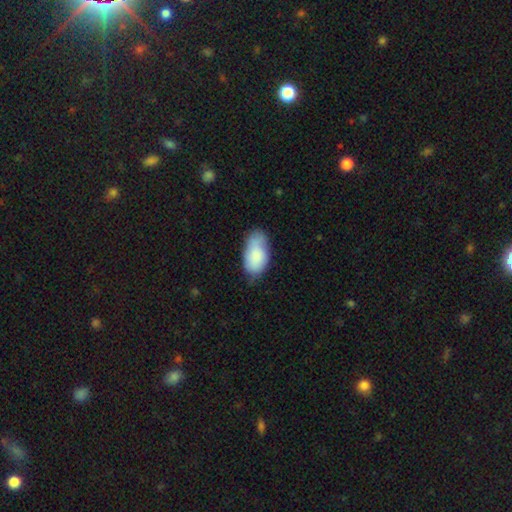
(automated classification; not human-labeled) A smooth galaxy with no disk features (82%) that is in between round and cigar-shaped (94%).

Vote fractions:
- Smooth or featured? smooth: 82% / featured or disk: 12% / star or artifact: 6%
- How rounded? in between: 94% / round: 4% / cigar-shaped: 2%
- Merging? none: 53% / minor disturbance: 35% / major disturbance: 9% / merger: 3%